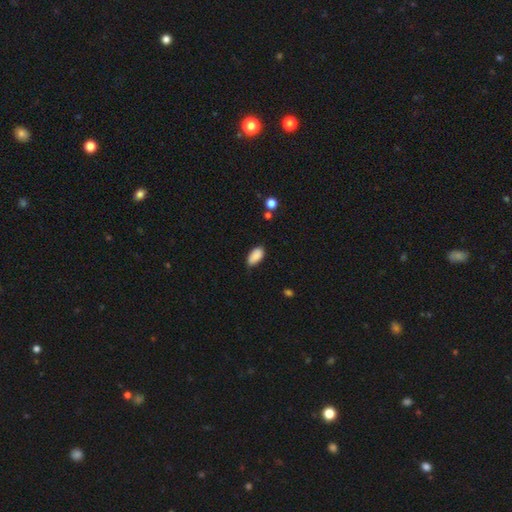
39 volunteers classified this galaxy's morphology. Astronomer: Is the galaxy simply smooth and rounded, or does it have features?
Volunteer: smooth — 90%.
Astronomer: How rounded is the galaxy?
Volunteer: in between — 100%.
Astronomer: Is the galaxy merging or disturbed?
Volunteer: none — 70%.